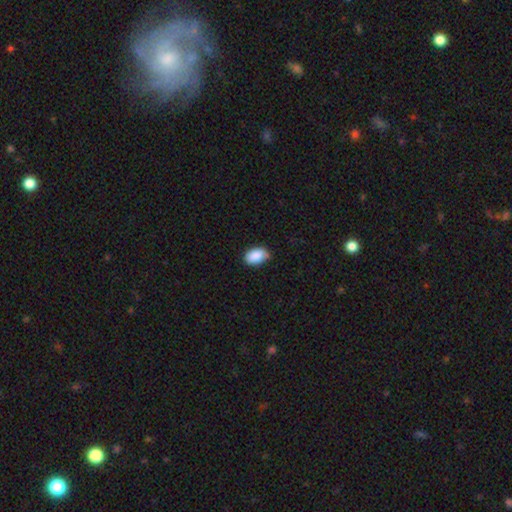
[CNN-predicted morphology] Overall: smooth (89%). How rounded: in between (91%). Merging: none (75%).